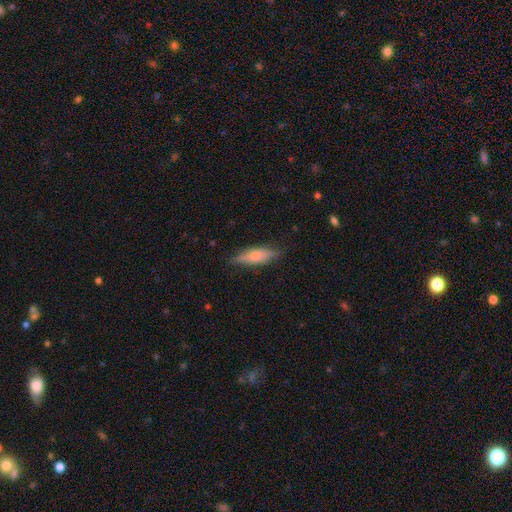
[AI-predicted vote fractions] Morphology: type=smooth (60%); roundness=cigar-shaped (54%); merging=none (78%).